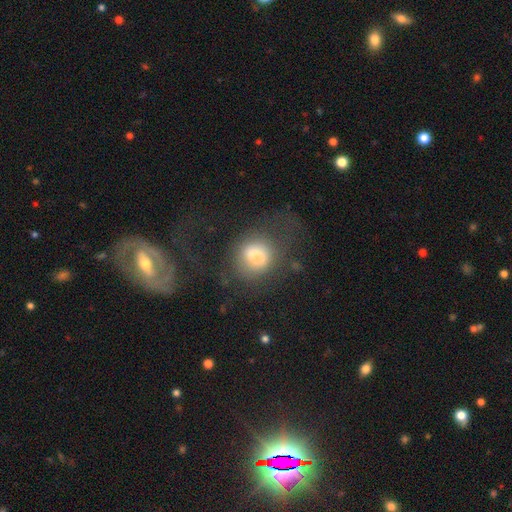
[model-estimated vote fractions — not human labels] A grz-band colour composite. It shows a smooth galaxy with no disk features (71%) that is round (70%). Merging: none (50%).